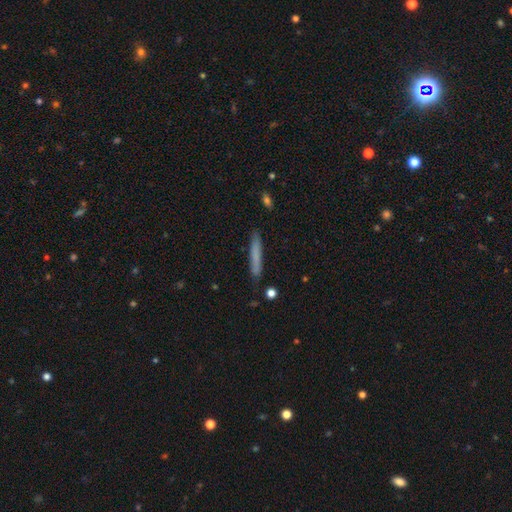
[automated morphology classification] smooth_or_featured: smooth (p=0.71) [alt: featured or disk p=0.22]
how_rounded: cigar-shaped (p=0.95) [alt: in between p=0.03]
merging: none (p=0.87) [alt: minor disturbance p=0.09]